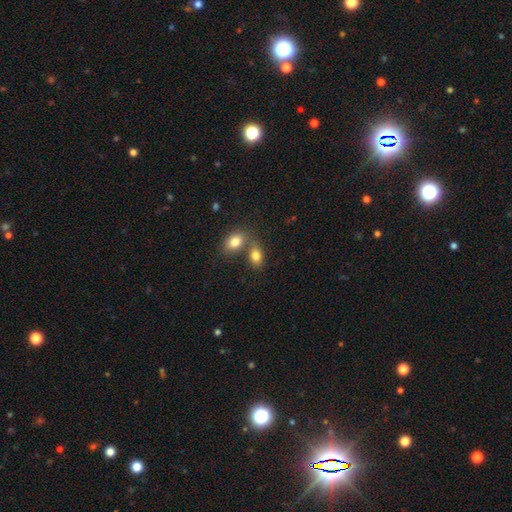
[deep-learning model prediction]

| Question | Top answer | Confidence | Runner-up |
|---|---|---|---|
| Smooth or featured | smooth | 81% | featured or disk (10%) |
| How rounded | in between | 80% | round (18%) |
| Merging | merger | 54% | none (34%) |